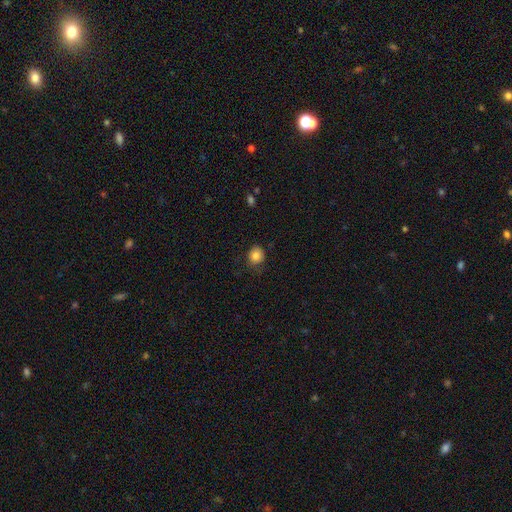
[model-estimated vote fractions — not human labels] Morphology: type=smooth (83%); roundness=round (77%); merging=none (74%).